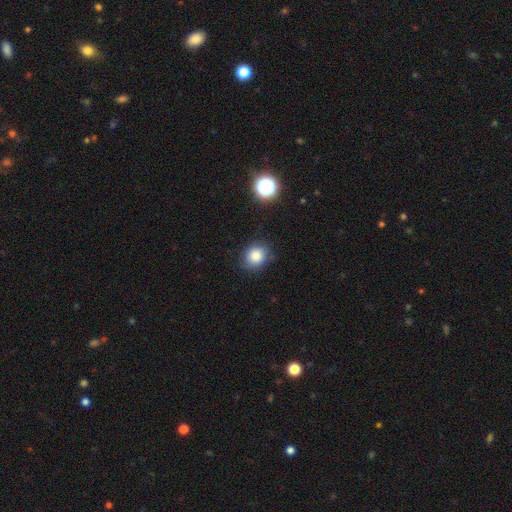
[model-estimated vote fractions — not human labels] Overall: smooth (82%). How rounded: round (72%). Merging: none (82%).